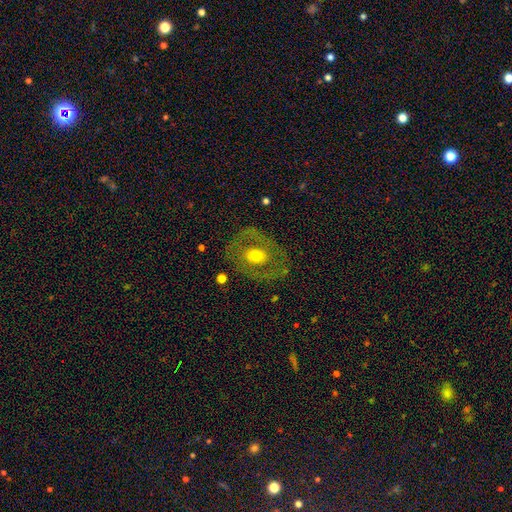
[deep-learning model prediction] Overall: featured or disk (57%; smooth 36%). Edge-on disk: no (94%). Bar: no (81%). Spiral arms: no (77%). Bulge size: moderate (70%). Merging: none (77%).